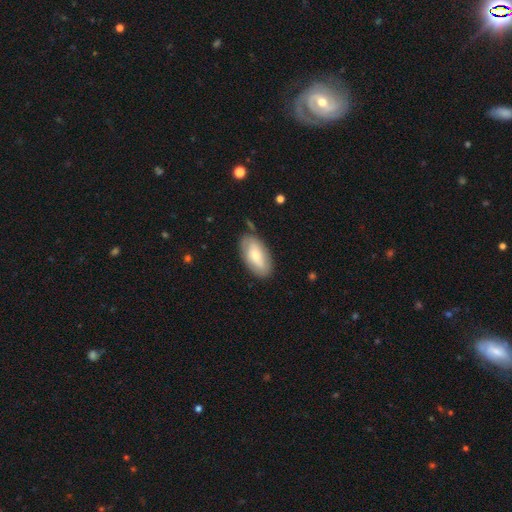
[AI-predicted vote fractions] Q: Smooth or featured?
A: smooth (62%); runner-up: featured or disk (32%)
Q: How rounded?
A: in between (93%); runner-up: cigar-shaped (4%)
Q: Merging?
A: none (78%); runner-up: minor disturbance (15%)